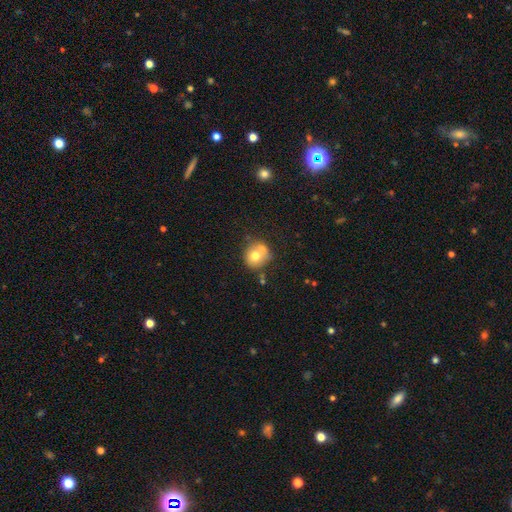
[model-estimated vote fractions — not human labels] This is likely a smooth galaxy (69%). How rounded: clearly round (84%). Merging: possibly none (48%).